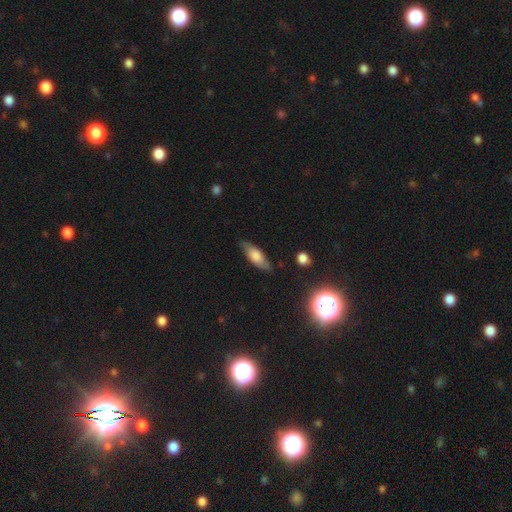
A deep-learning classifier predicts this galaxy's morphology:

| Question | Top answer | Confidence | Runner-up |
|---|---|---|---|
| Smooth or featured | smooth | 67% | featured or disk (25%) |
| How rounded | in between | 65% | cigar-shaped (32%) |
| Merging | none | 76% | minor disturbance (19%) |